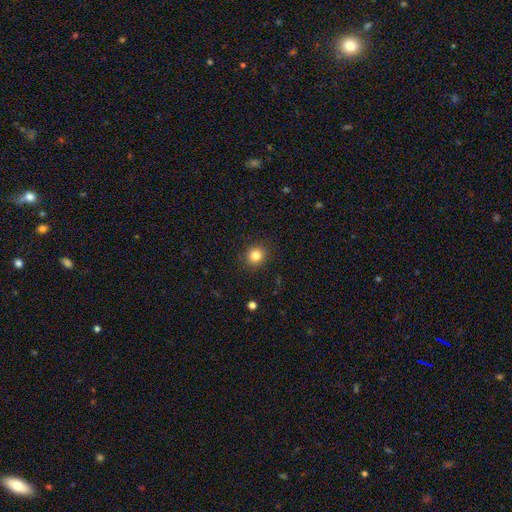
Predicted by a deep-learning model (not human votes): Smooth or featured? smooth (83%)
How rounded? round (85%)
Merging? none (90%)